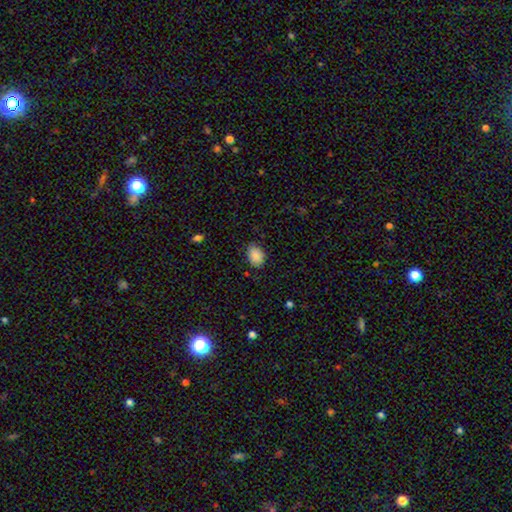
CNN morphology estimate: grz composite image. It shows a smooth galaxy with no disk features (89%) that is in between round and cigar-shaped (84%). Merging: none (82%).